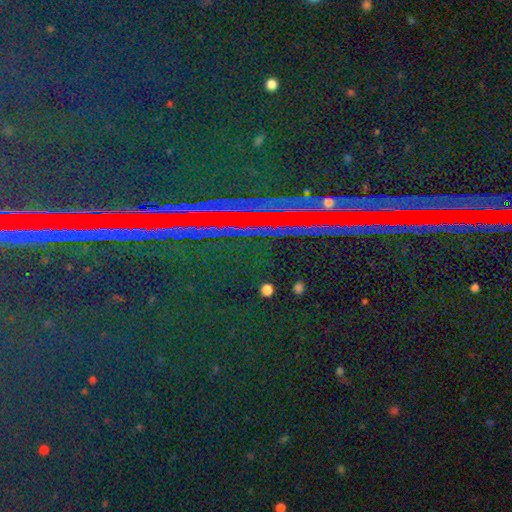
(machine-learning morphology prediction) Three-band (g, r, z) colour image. It shows a star or artifact, not a galaxy (86%).